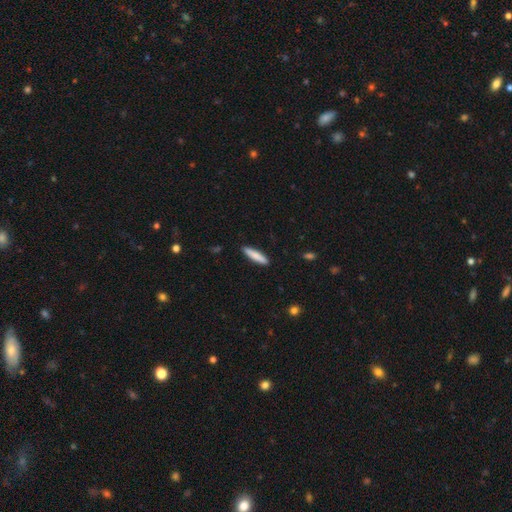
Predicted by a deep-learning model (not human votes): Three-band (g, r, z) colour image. It shows a smooth galaxy with no disk features (80%) that is cigar-shaped (86%). Merging: none (90%).